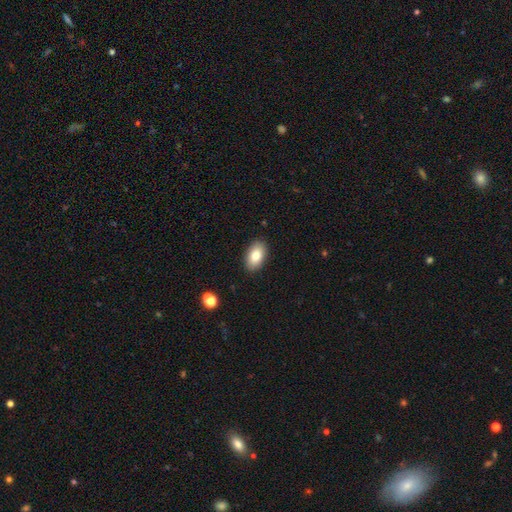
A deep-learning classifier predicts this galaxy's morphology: A smooth galaxy with no disk features (82%) that is in between round and cigar-shaped (94%).

Vote fractions:
- Smooth or featured? smooth: 82% / featured or disk: 10% / star or artifact: 7%
- How rounded? in between: 94% / round: 5% / cigar-shaped: 2%
- Merging? none: 89% / minor disturbance: 8% / major disturbance: 2% / merger: 1%